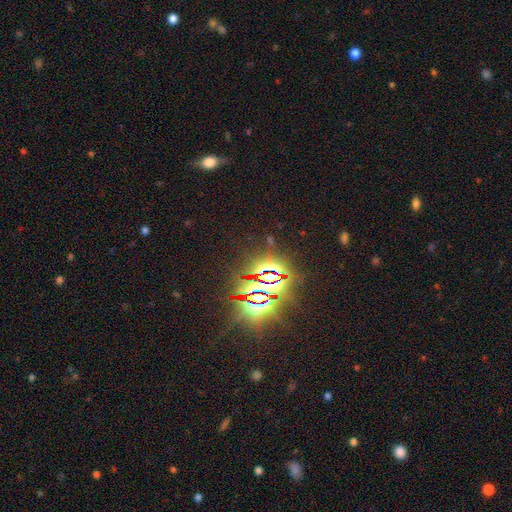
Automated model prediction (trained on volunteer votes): star or artifact 84%, smooth 8%, featured or disk 8%.